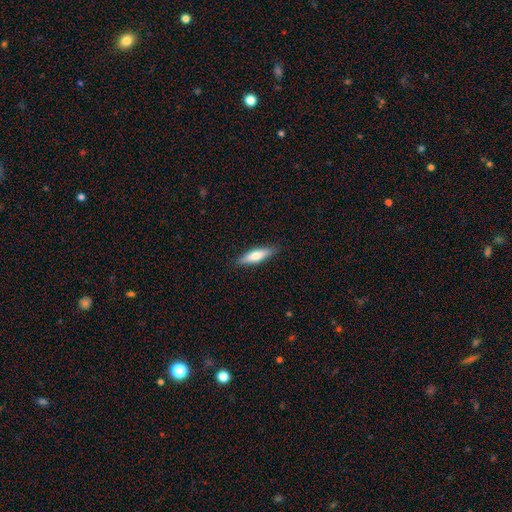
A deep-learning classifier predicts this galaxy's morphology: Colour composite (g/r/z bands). It shows a smooth galaxy with no disk features (66%) that is cigar-shaped (62%). Merging: none (87%).